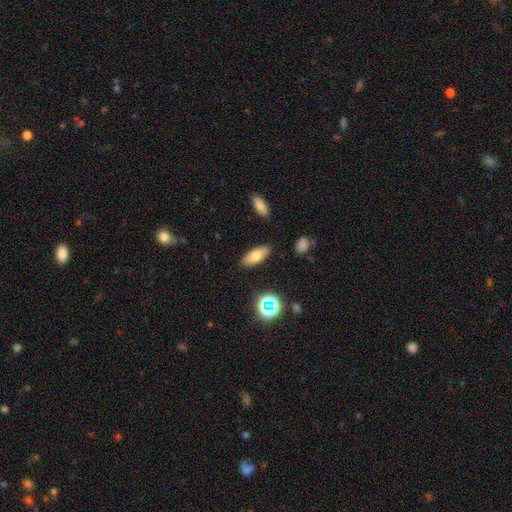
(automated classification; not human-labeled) This appears to be a smooth galaxy with no disk features (74%) that is in between round and cigar-shaped (78%). Merging: none (86%).